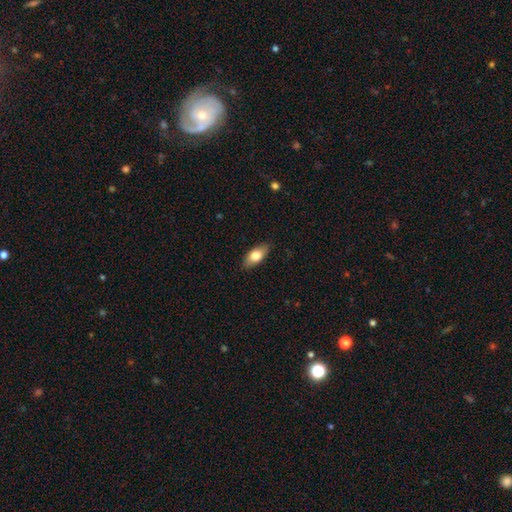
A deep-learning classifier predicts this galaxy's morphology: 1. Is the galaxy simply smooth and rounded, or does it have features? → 76% smooth, 18% featured or disk, 6% star or artifact.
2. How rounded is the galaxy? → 87% in between, 9% cigar-shaped, 4% round.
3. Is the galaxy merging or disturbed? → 85% none, 12% minor disturbance, 2% major disturbance, 1% merger.